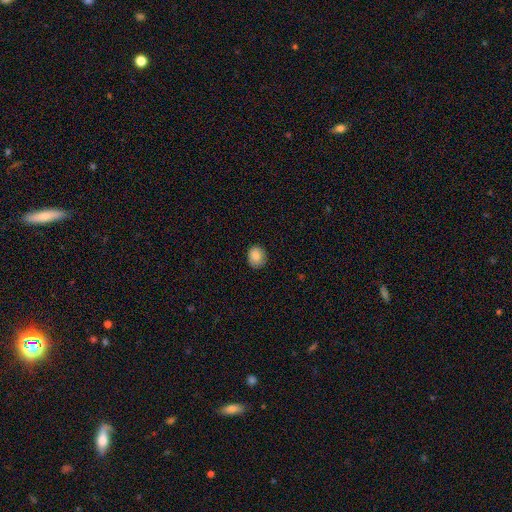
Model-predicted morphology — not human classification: type=smooth (87%); roundness=round (72%); merging=none (84%).